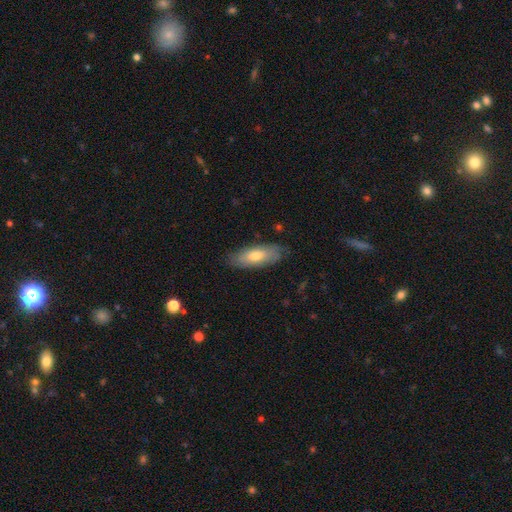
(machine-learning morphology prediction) type=smooth (63%); roundness=in between (67%); merging=none (82%).